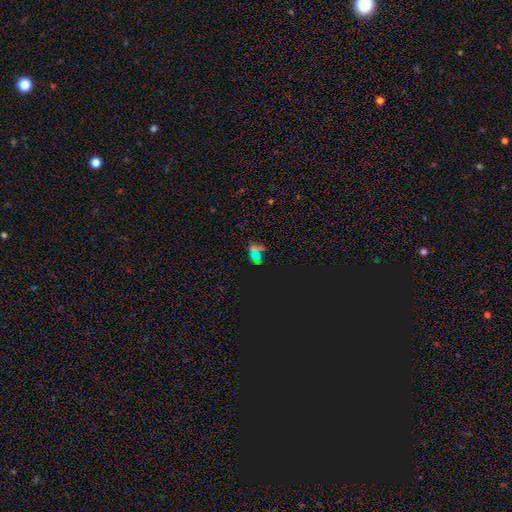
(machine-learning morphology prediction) Smooth or featured? Predicted: star or artifact (p=0.48).